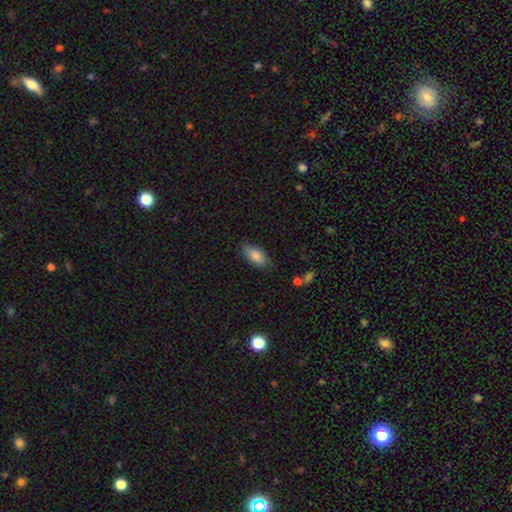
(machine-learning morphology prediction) This is clearly a smooth galaxy (84%). How rounded: clearly in between (86%). Merging: likely none (78%).